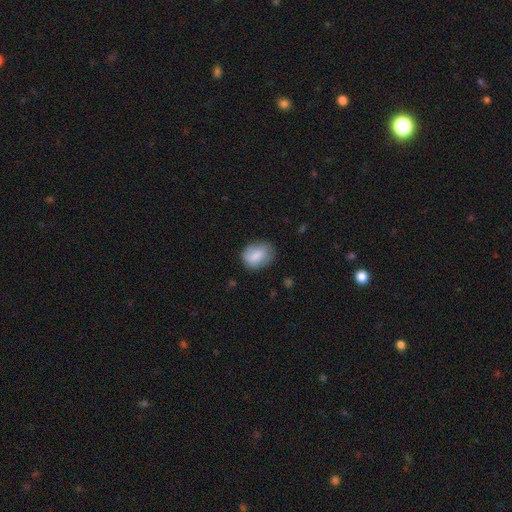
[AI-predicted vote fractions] A smooth galaxy with no disk features (79%) that is in between round and cigar-shaped (66%).

Vote fractions:
- Smooth or featured? smooth: 79% / featured or disk: 14% / star or artifact: 7%
- How rounded? in between: 66% / round: 32% / cigar-shaped: 1%
- Merging? none: 68% / minor disturbance: 24% / major disturbance: 7% / merger: 2%